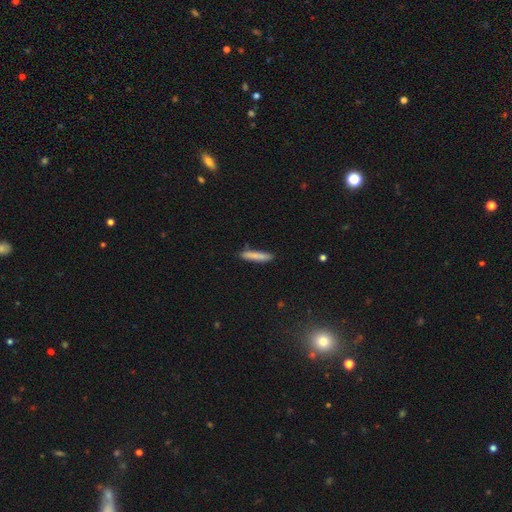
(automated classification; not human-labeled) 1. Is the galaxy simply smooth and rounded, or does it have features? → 82% smooth, 12% featured or disk, 6% star or artifact.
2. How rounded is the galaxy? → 90% cigar-shaped, 9% in between, 1% round.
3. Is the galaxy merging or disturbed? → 85% none, 11% minor disturbance, 2% major disturbance, 2% merger.